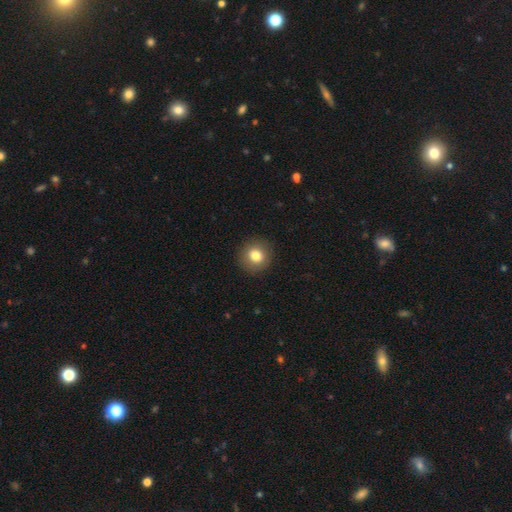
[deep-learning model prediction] Smooth or featured?
  - smooth: 81% *
  - star or artifact: 10%
  - featured or disk: 10%
How rounded?
  - round: 90% *
  - in between: 9%
  - cigar-shaped: 1%
Merging?
  - none: 91% *
  - minor disturbance: 6%
  - major disturbance: 2%
  - merger: 1%